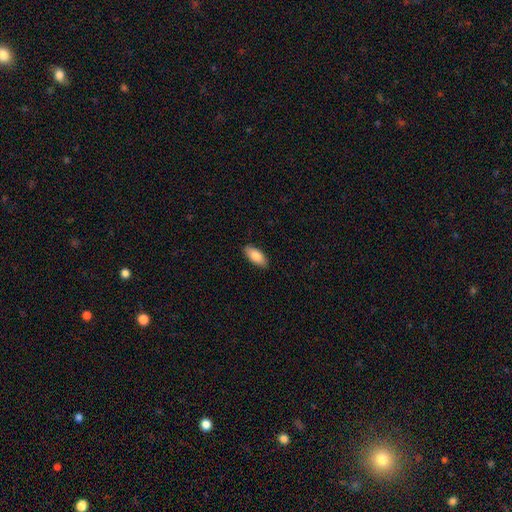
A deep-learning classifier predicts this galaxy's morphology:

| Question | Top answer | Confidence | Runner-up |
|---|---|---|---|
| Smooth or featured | smooth | 85% | featured or disk (9%) |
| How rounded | in between | 87% | cigar-shaped (11%) |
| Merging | none | 89% | minor disturbance (9%) |